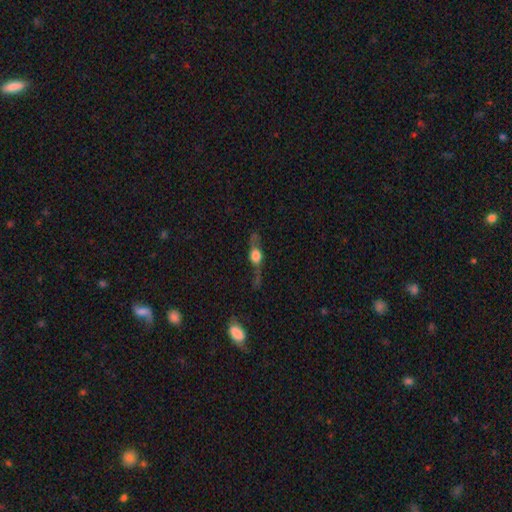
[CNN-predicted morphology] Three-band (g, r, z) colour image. It shows a featured or disk galaxy (61%) viewed edge-on (76%). Merging: none (57%).